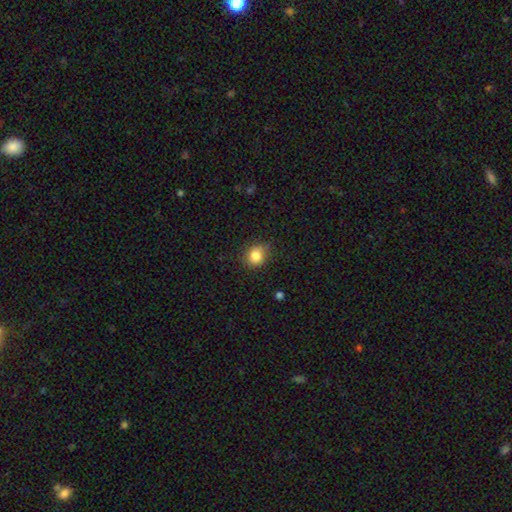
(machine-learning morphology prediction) smooth 83%, star or artifact 11%, featured or disk 6%. Down the decision tree: how rounded — round (71%); merging — none (72%).